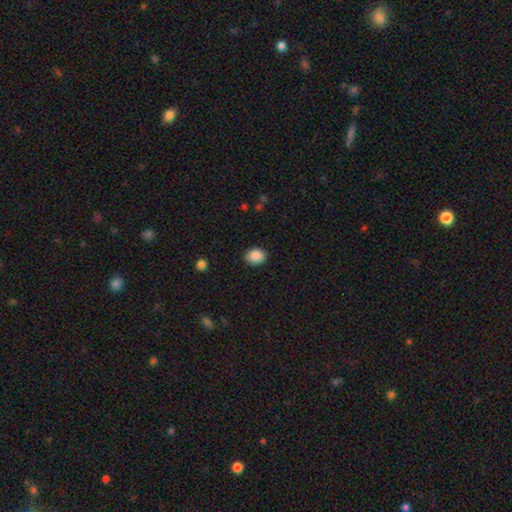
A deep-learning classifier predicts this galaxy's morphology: Overall: smooth (89%). How rounded: in between (53%; round 46%). Merging: none (85%).